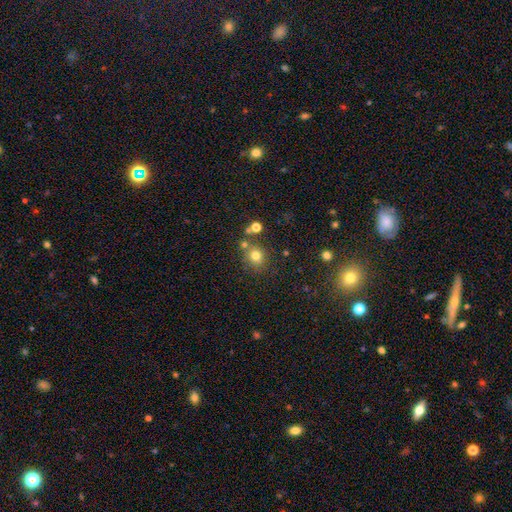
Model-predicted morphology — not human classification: type=smooth (76%); roundness=round (78%); merging=none (71%).